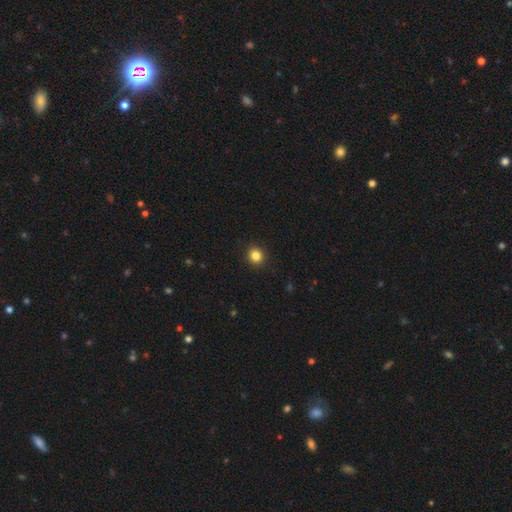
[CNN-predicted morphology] The model was most divided on "smooth or featured": smooth: 84%, star or artifact: 12%, featured or disk: 5%. More confident: merging — none (93%); how rounded — round (89%).